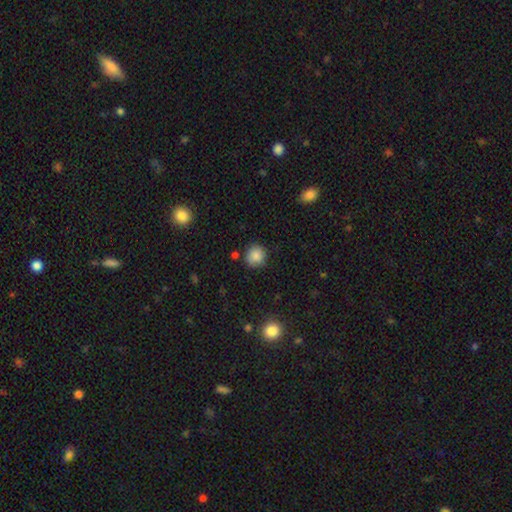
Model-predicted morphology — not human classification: Smooth or featured? smooth (86%)
How rounded? round (87%)
Merging? none (82%)